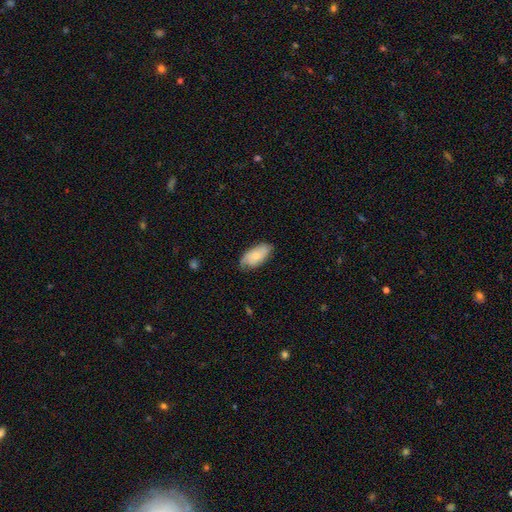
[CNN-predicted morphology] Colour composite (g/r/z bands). It shows a smooth galaxy with no disk features (67%) that is in between round and cigar-shaped (92%). Merging: none (69%).